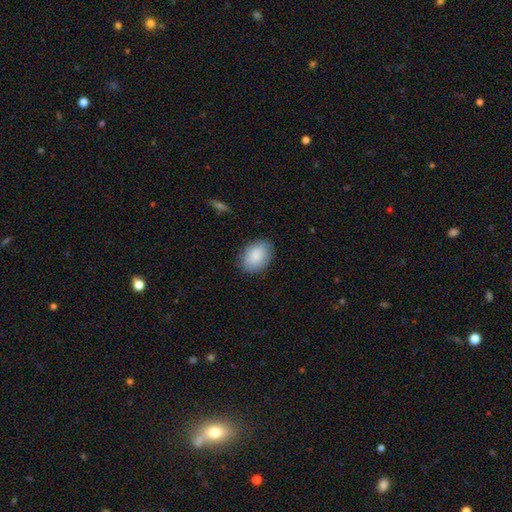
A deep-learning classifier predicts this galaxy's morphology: A smooth galaxy with no disk features (87%) that is in between round and cigar-shaped (76%). Merging: none (83%).